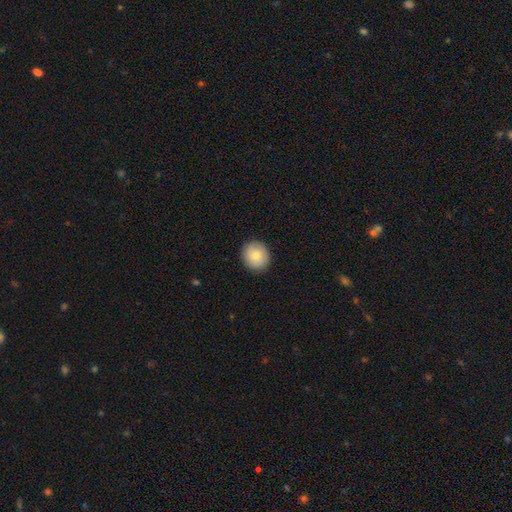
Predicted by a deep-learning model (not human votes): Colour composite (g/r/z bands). It shows a smooth galaxy with no disk features (84%) that is round (83%). Merging: none (91%).